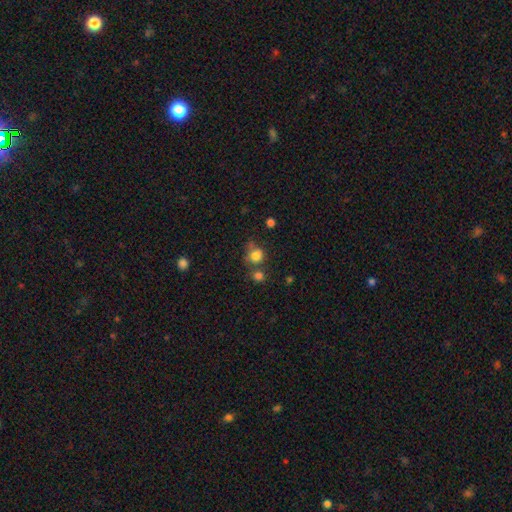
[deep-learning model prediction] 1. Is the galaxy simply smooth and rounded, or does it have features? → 80% smooth, 12% star or artifact, 8% featured or disk.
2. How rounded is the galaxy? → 78% round, 21% in between, 1% cigar-shaped.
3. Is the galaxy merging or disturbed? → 50% none, 22% merger, 18% minor disturbance, 9% major disturbance.